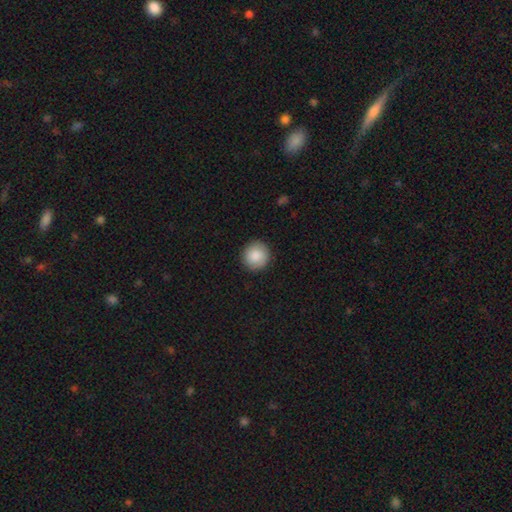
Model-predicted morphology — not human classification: Q: Smooth or featured?
A: smooth (86%); runner-up: featured or disk (8%)
Q: How rounded?
A: round (93%); runner-up: in between (6%)
Q: Merging?
A: none (90%); runner-up: minor disturbance (7%)